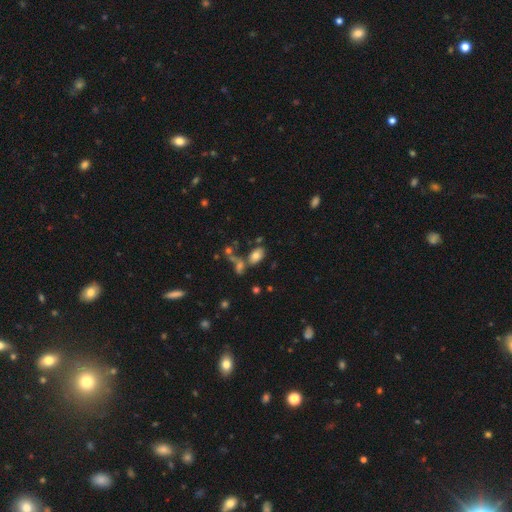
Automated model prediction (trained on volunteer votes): Overall: smooth (74%). How rounded: in between (90%). Merging: none (58%; merger 22%).